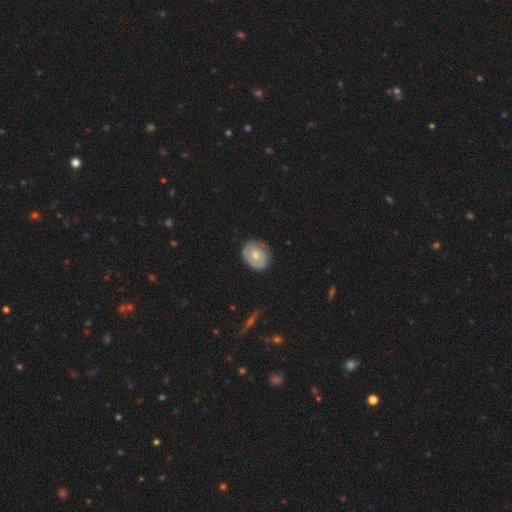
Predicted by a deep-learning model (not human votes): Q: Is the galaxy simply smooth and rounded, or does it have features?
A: smooth — 52%.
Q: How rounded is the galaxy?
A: round — 59%.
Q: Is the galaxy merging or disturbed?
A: none — 73%.